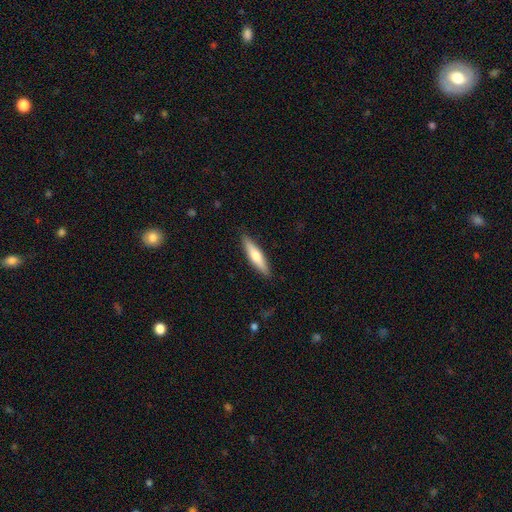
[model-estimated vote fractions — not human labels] Q: Smooth or featured?
A: smooth (60%); runner-up: featured or disk (35%)
Q: How rounded?
A: cigar-shaped (78%); runner-up: in between (21%)
Q: Merging?
A: none (89%); runner-up: minor disturbance (8%)